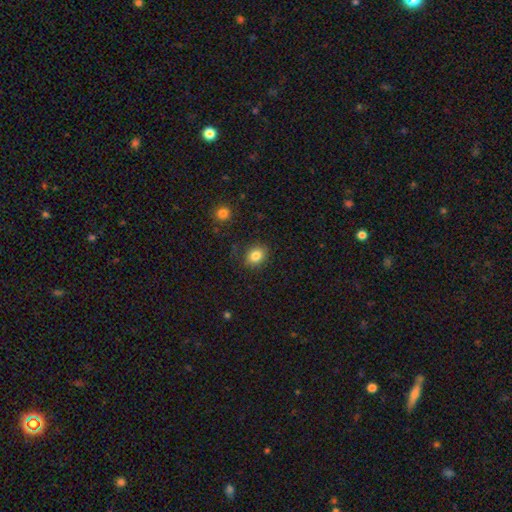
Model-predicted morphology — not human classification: Overall: smooth (84%). How rounded: round (52%; in between 47%). Merging: none (84%).